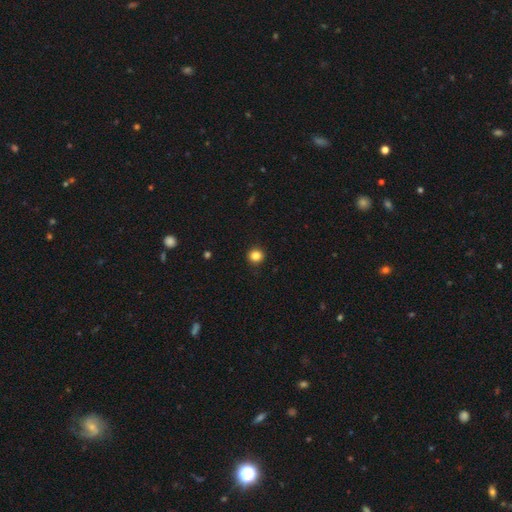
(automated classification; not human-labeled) Overall: smooth (84%). How rounded: round (92%). Merging: none (92%).